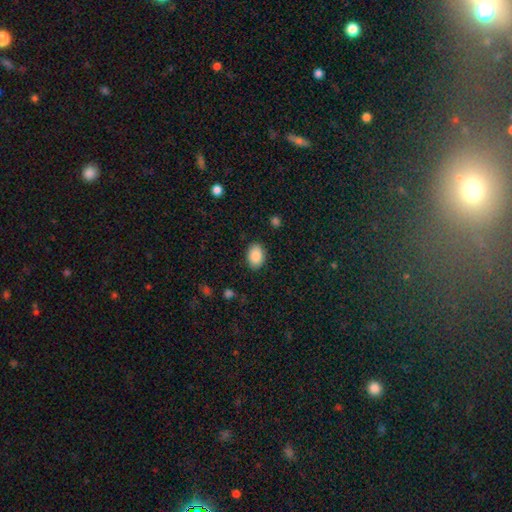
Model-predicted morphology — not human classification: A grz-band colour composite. It shows a smooth galaxy with no disk features (90%) that is in between round and cigar-shaped (83%). Merging: none (87%).